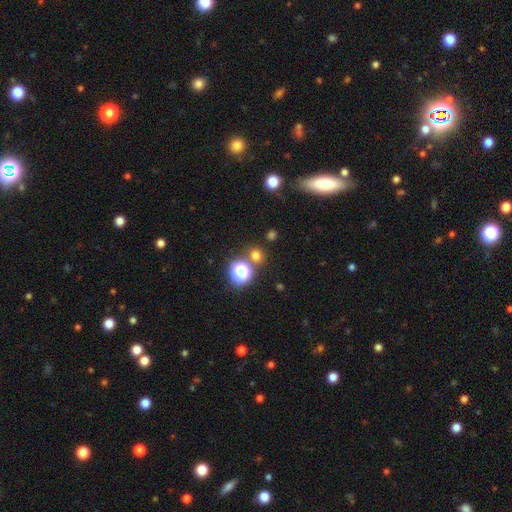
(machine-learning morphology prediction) smooth 66%, star or artifact 28%, featured or disk 6%. Down the decision tree: how rounded — round (89%); merging — none (77%).